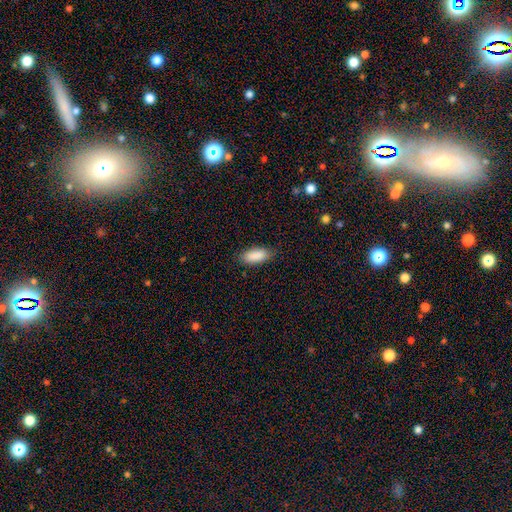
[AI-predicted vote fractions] Overall: smooth (89%). How rounded: in between (81%). Merging: none (83%).